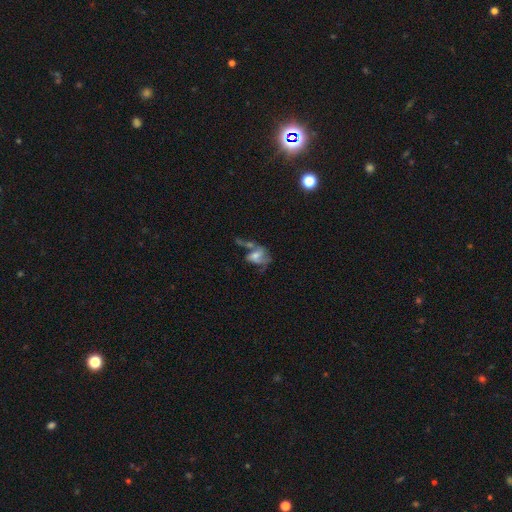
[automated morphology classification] Smooth or featured? featured or disk (53%)
Edge-on disk? no (94%)
Merging? merger (34%)